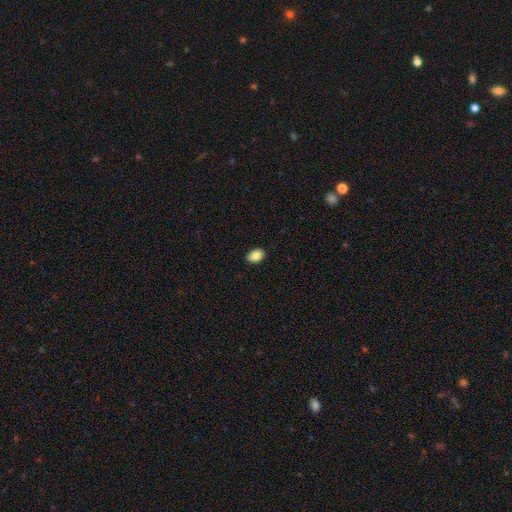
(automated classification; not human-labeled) A smooth galaxy with no disk features (87%) that is in between round and cigar-shaped (82%).

Vote fractions:
- Smooth or featured? smooth: 87% / star or artifact: 8% / featured or disk: 5%
- How rounded? in between: 82% / round: 17% / cigar-shaped: 1%
- Merging? none: 89% / minor disturbance: 8% / major disturbance: 2% / merger: 1%